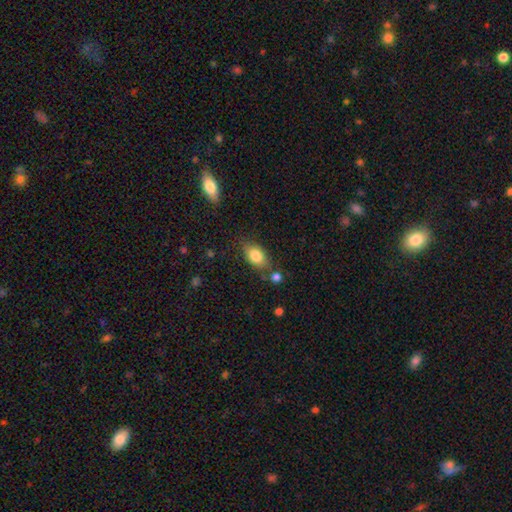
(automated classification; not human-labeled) A smooth galaxy with no disk features (81%) that is in between round and cigar-shaped (86%).

Vote fractions:
- Smooth or featured? smooth: 81% / featured or disk: 11% / star or artifact: 8%
- How rounded? in between: 86% / round: 10% / cigar-shaped: 4%
- Merging? none: 69% / minor disturbance: 18% / merger: 9% / major disturbance: 5%